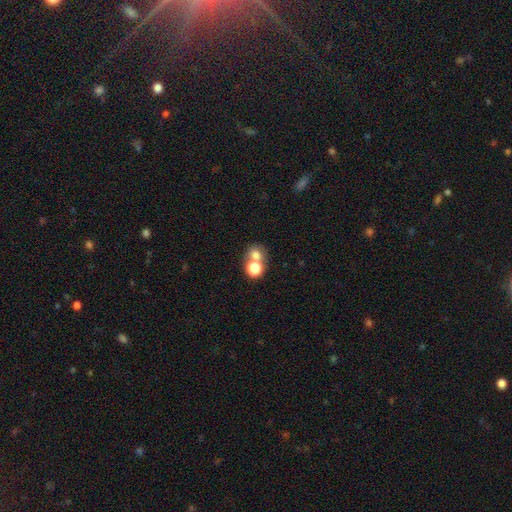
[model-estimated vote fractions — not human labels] Smooth or featured?
  - smooth: 73% *
  - star or artifact: 15%
  - featured or disk: 13%
How rounded?
  - round: 71% *
  - in between: 28%
  - cigar-shaped: 1%
Merging?
  - merger: 53% *
  - none: 37%
  - minor disturbance: 6%
  - major disturbance: 4%